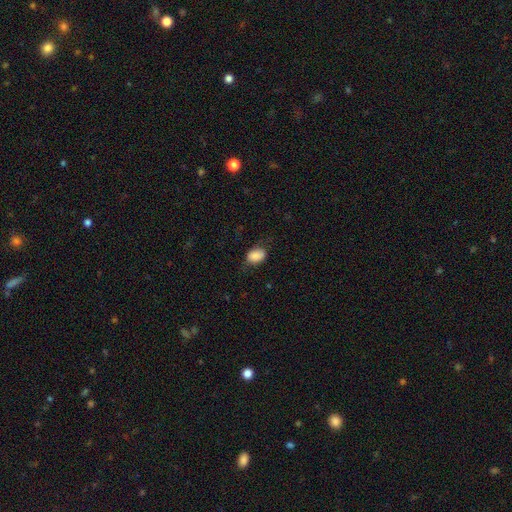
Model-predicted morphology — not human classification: Smooth or featured? smooth (85%)
How rounded? in between (81%)
Merging? none (67%)